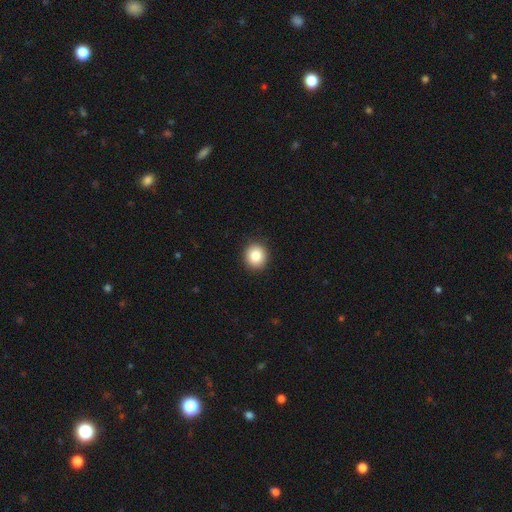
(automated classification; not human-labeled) Smooth or featured?
  - smooth: 84% *
  - star or artifact: 9%
  - featured or disk: 7%
How rounded?
  - round: 88% *
  - in between: 11%
  - cigar-shaped: 1%
Merging?
  - none: 92% *
  - minor disturbance: 5%
  - major disturbance: 2%
  - merger: 1%